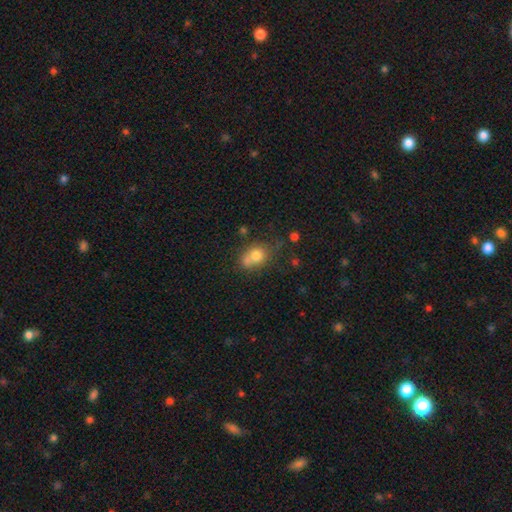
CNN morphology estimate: Q: Smooth or featured?
A: smooth (75%); runner-up: featured or disk (14%)
Q: How rounded?
A: in between (57%); runner-up: round (42%)
Q: Merging?
A: none (41%); runner-up: merger (27%)